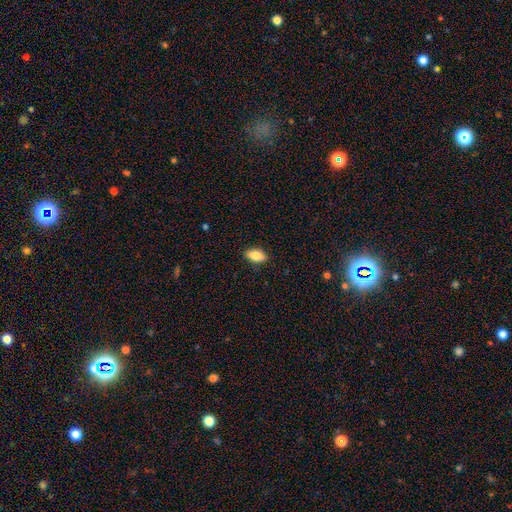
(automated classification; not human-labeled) A smooth galaxy with no disk features (82%) that is in between round and cigar-shaped (89%).

Vote fractions:
- Smooth or featured? smooth: 82% / featured or disk: 11% / star or artifact: 7%
- How rounded? in between: 89% / cigar-shaped: 7% / round: 4%
- Merging? none: 88% / minor disturbance: 9% / major disturbance: 2% / merger: 1%